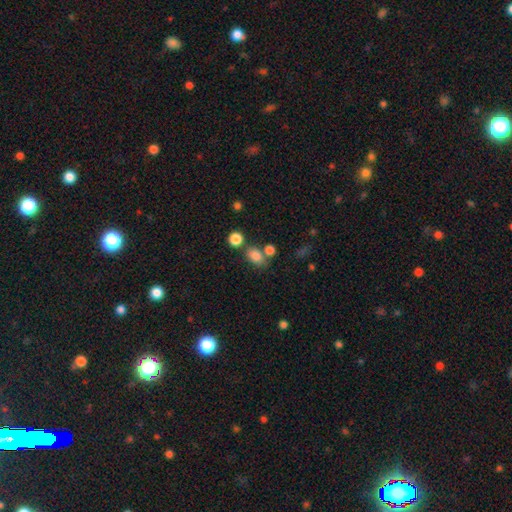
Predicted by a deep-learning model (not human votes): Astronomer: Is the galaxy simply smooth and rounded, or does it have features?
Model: smooth — 82%.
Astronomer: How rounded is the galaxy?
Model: in between — 73%.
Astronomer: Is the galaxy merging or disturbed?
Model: none — 62%.